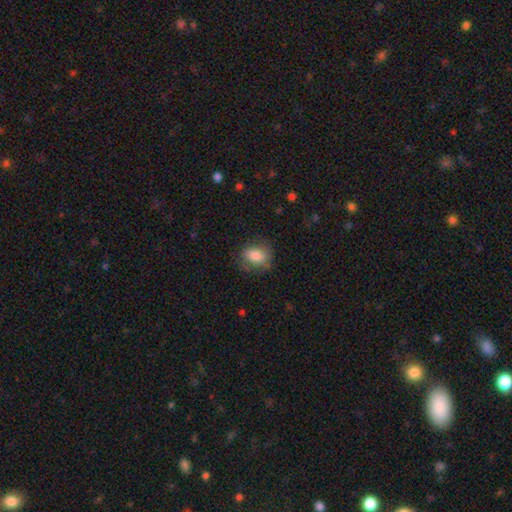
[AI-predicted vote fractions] smooth 77%, featured or disk 15%, star or artifact 8%. Down the decision tree: how rounded — in between (63%); merging — none (71%).